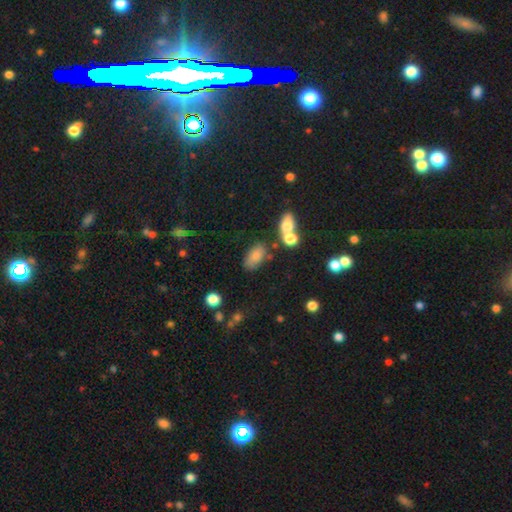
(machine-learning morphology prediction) Q: Smooth or featured?
A: smooth (80%); runner-up: star or artifact (11%)
Q: How rounded?
A: in between (91%); runner-up: round (6%)
Q: Merging?
A: none (63%); runner-up: minor disturbance (18%)